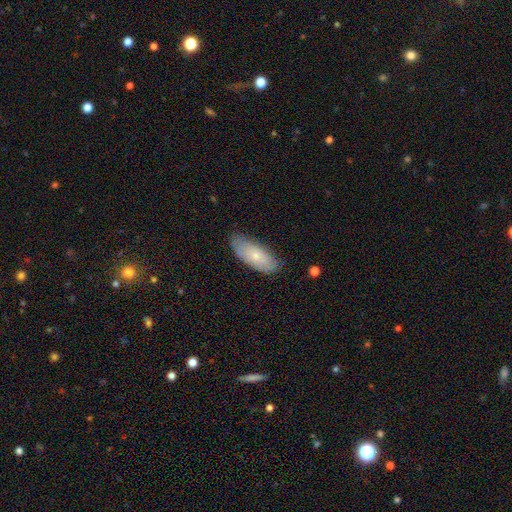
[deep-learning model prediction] Smooth or featured? smooth (65%)
How rounded? in between (84%)
Merging? none (72%)